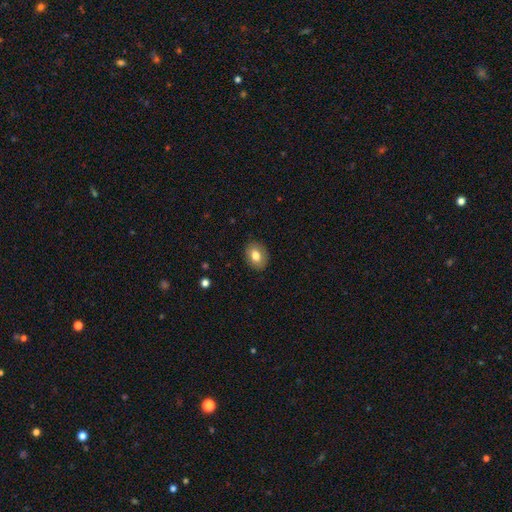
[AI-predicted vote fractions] Smooth or featured: smooth — 79% (featured or disk — 13%)
How rounded: in between — 64% (round — 35%)
Merging: none — 88% (minor disturbance — 9%)